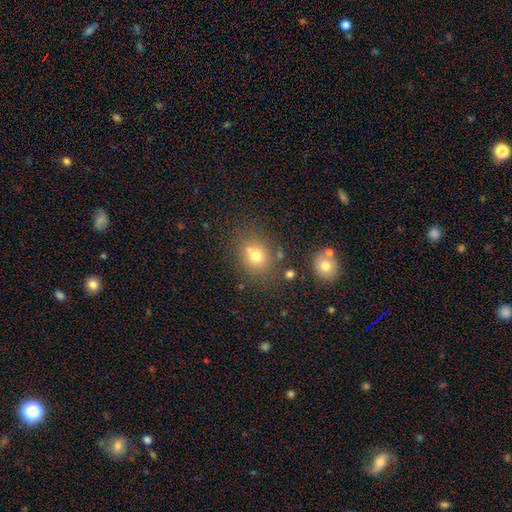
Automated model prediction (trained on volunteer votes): Smooth or featured: smooth — 72% (star or artifact — 15%)
How rounded: round — 64% (in between — 35%)
Merging: none — 67% (minor disturbance — 14%)